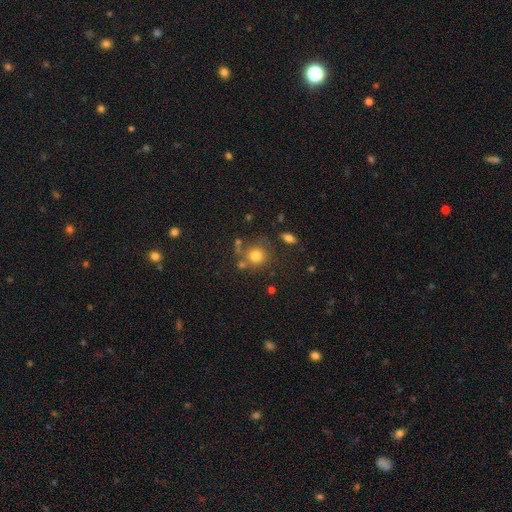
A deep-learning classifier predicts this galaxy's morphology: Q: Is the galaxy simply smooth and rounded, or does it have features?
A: smooth — 78%.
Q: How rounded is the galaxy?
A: round — 88%.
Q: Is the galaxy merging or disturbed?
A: none — 63%.